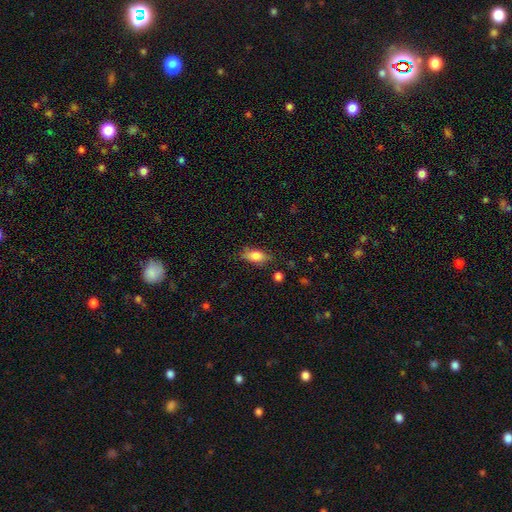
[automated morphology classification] type=smooth (77%); roundness=in between (82%); merging=none (76%).